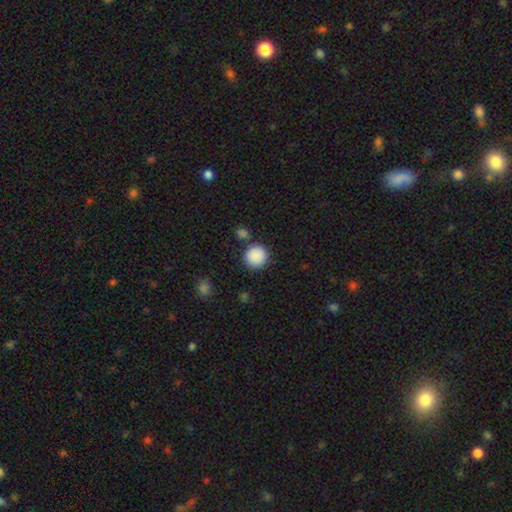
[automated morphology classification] smooth-or-featured: smooth: 89% | star or artifact: 8% | featured or disk: 3%
  how-rounded: round: 93% | in between: 6% | cigar-shaped: 1%
  merging: none: 83% | minor disturbance: 8% | merger: 6% | major disturbance: 3%